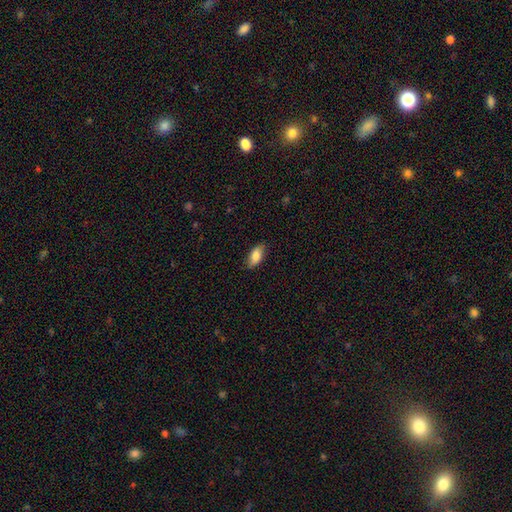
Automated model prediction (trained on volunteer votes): Smooth or featured?
  - smooth: 83% *
  - featured or disk: 11%
  - star or artifact: 7%
How rounded?
  - in between: 88% *
  - cigar-shaped: 9%
  - round: 3%
Merging?
  - none: 82% *
  - minor disturbance: 14%
  - major disturbance: 3%
  - merger: 1%